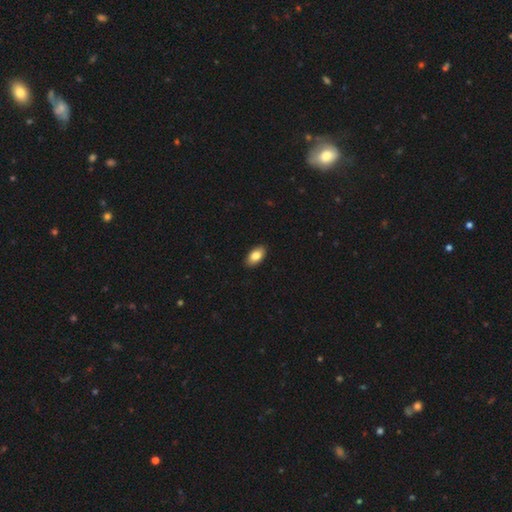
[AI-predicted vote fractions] Smooth or featured: smooth — 84% (featured or disk — 9%)
How rounded: in between — 93% (round — 4%)
Merging: none — 90% (minor disturbance — 7%)